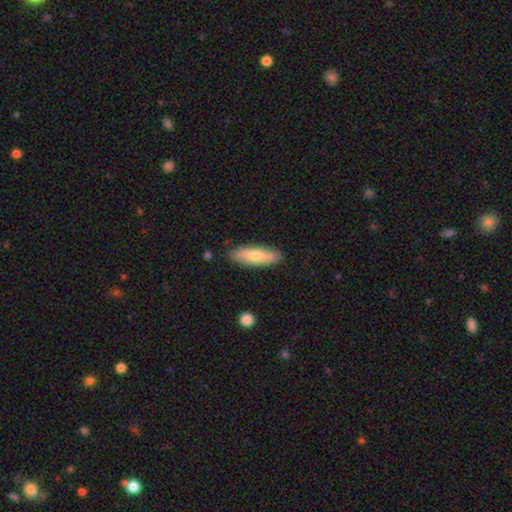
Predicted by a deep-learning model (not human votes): This is likely a smooth galaxy (71%). How rounded: possibly cigar-shaped (53%). Merging: clearly none (85%).